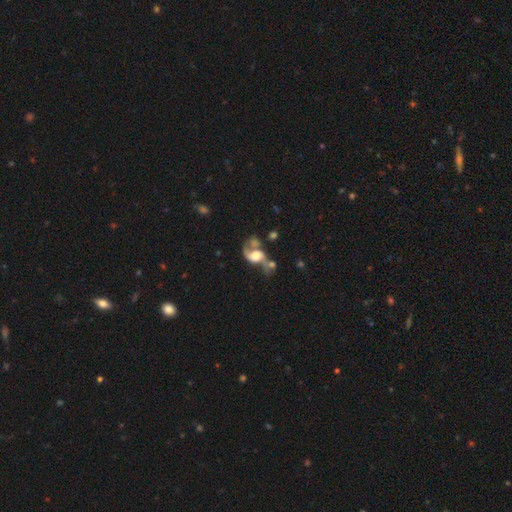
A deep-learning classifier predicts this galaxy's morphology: Smooth or featured? featured or disk (69%)
Edge-on disk? no (96%)
Bar? no (61%)
Spiral arms? yes (82%)
Spiral winding? loose (63%)
Spiral arm count? 2 (74%)
Bulge size? large (40%)
Merging? merger (38%)